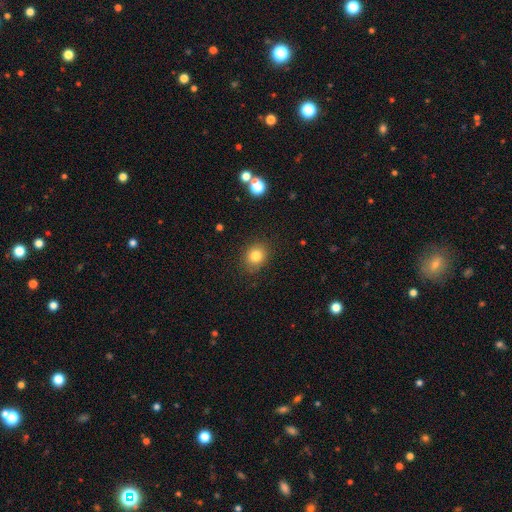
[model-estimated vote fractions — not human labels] This appears to be a smooth galaxy with no disk features (81%) that is round (63%). Merging: none (86%).